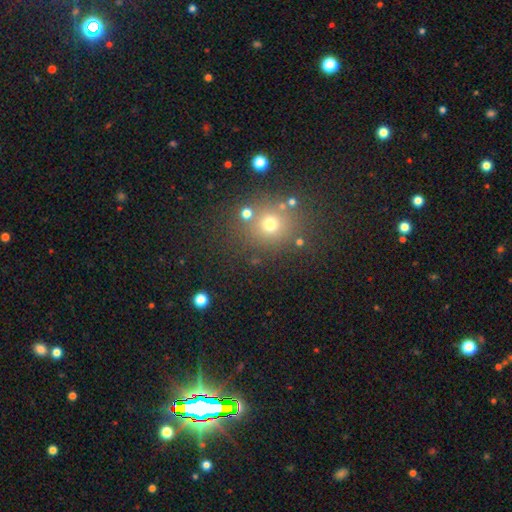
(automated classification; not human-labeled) Smooth or featured? Predicted: star or artifact (p=0.45, tied with smooth).